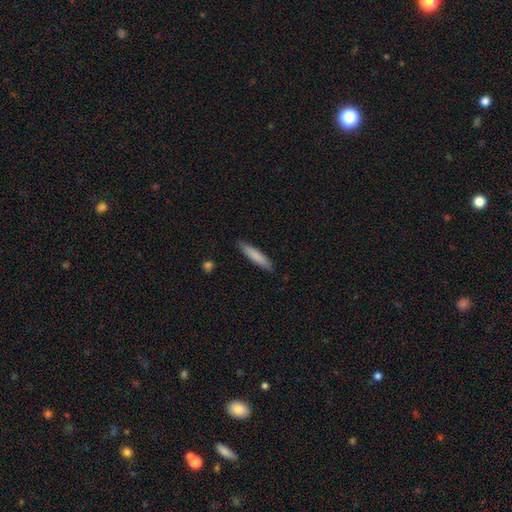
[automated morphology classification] smooth 80%, featured or disk 15%, star or artifact 5%. Down the decision tree: how rounded — cigar-shaped (88%); merging — none (88%).